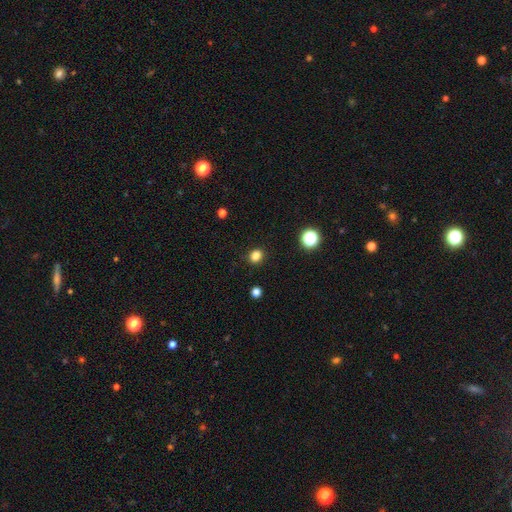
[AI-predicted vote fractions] Smooth or featured?
  - smooth: 83% *
  - star or artifact: 13%
  - featured or disk: 4%
How rounded?
  - round: 62% *
  - in between: 37%
  - cigar-shaped: 1%
Merging?
  - none: 89% *
  - minor disturbance: 8%
  - major disturbance: 2%
  - merger: 1%